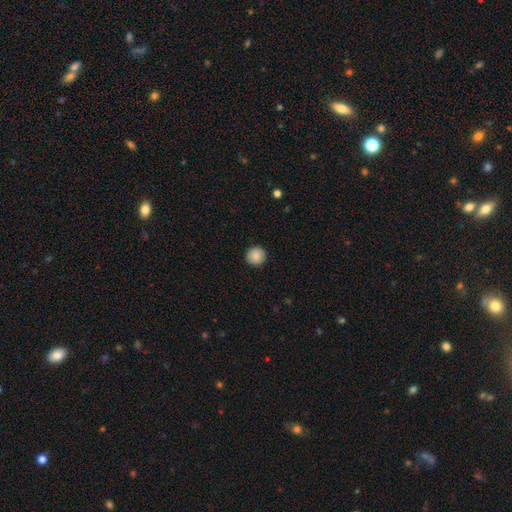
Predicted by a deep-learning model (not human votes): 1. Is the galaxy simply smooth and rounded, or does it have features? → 88% smooth, 8% star or artifact, 4% featured or disk.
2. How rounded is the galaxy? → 94% round, 5% in between, 1% cigar-shaped.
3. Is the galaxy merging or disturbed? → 92% none, 6% minor disturbance, 2% major disturbance, 1% merger.